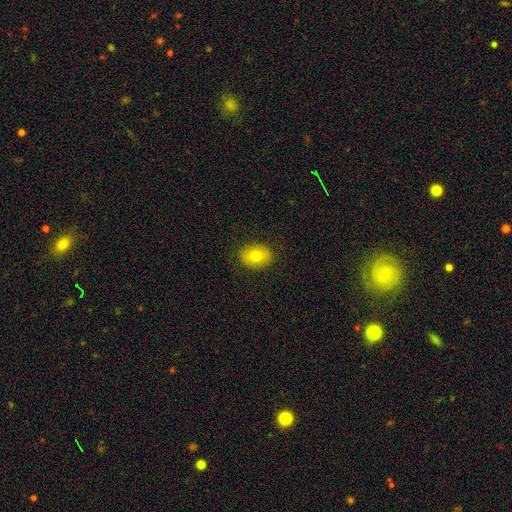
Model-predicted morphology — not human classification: A smooth galaxy with no disk features (74%) that is in between round and cigar-shaped (66%).

Vote fractions:
- Smooth or featured? smooth: 74% / featured or disk: 17% / star or artifact: 10%
- How rounded? in between: 66% / round: 33% / cigar-shaped: 1%
- Merging? none: 88% / minor disturbance: 9% / major disturbance: 2% / merger: 1%